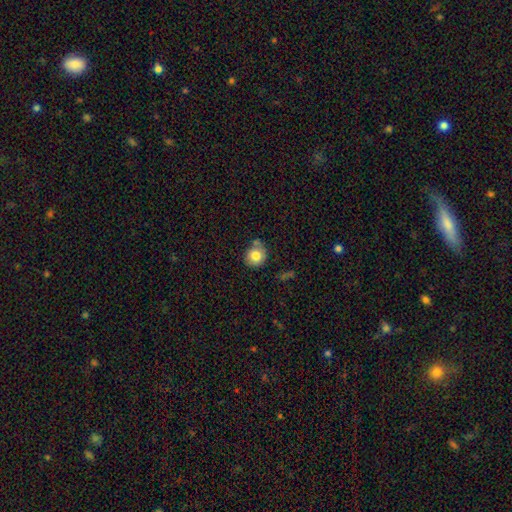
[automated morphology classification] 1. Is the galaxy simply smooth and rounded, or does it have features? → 81% smooth, 10% featured or disk, 9% star or artifact.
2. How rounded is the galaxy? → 87% round, 12% in between, 1% cigar-shaped.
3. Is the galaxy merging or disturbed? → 65% none, 18% minor disturbance, 12% merger, 4% major disturbance.